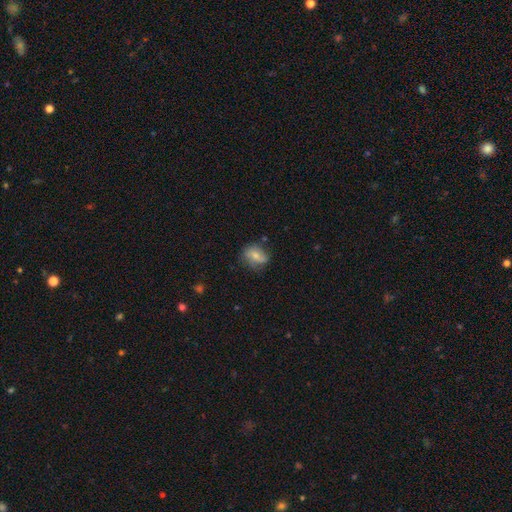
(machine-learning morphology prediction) This is possibly a smooth galaxy (56%). How rounded: possibly in between (56%). Merging: likely none (61%).